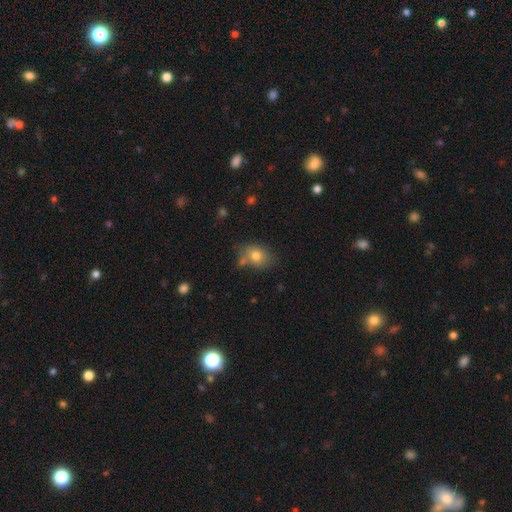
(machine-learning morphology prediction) smooth-or-featured: smooth: 77% | featured or disk: 13% | star or artifact: 10%
  how-rounded: in between: 66% | round: 33% | cigar-shaped: 1%
  merging: none: 64% | minor disturbance: 20% | merger: 12% | major disturbance: 5%